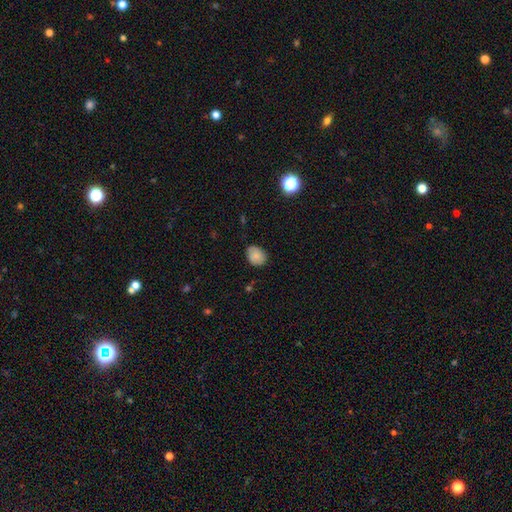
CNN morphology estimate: Smooth or featured: smooth — 79% (featured or disk — 12%)
How rounded: in between — 51% (round — 48%)
Merging: none — 69% (minor disturbance — 25%)